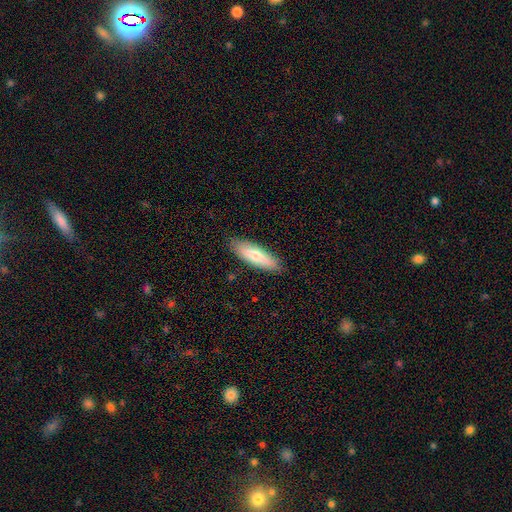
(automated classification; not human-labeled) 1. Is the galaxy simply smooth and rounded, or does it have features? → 69% smooth, 25% featured or disk, 6% star or artifact.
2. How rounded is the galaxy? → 53% cigar-shaped, 45% in between, 2% round.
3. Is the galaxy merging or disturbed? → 87% none, 10% minor disturbance, 2% major disturbance, 1% merger.